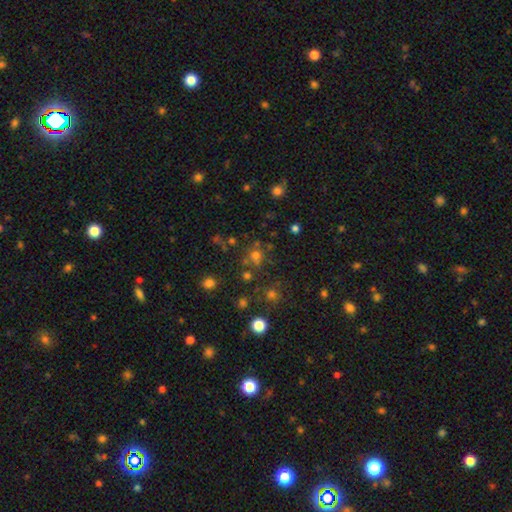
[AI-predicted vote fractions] A smooth galaxy with no disk features (61%) that is round (83%).

Vote fractions:
- Smooth or featured? smooth: 61% / star or artifact: 28% / featured or disk: 11%
- How rounded? round: 83% / in between: 16% / cigar-shaped: 1%
- Merging? none: 64% / merger: 18% / minor disturbance: 12% / major disturbance: 6%